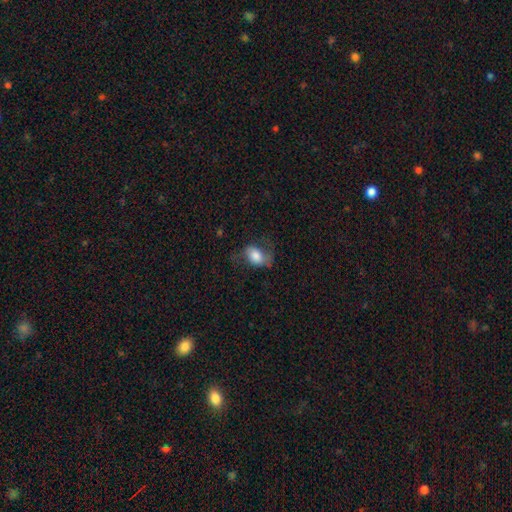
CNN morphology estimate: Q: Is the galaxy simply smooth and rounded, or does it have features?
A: smooth — 62%.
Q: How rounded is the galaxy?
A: in between — 82%.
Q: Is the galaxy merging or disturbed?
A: none — 53%.